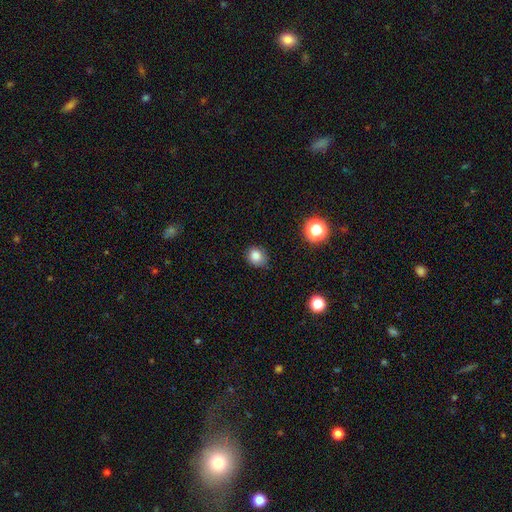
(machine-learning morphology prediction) Q: Smooth or featured?
A: smooth (82%); runner-up: star or artifact (13%)
Q: How rounded?
A: round (68%); runner-up: in between (32%)
Q: Merging?
A: none (75%); runner-up: minor disturbance (20%)